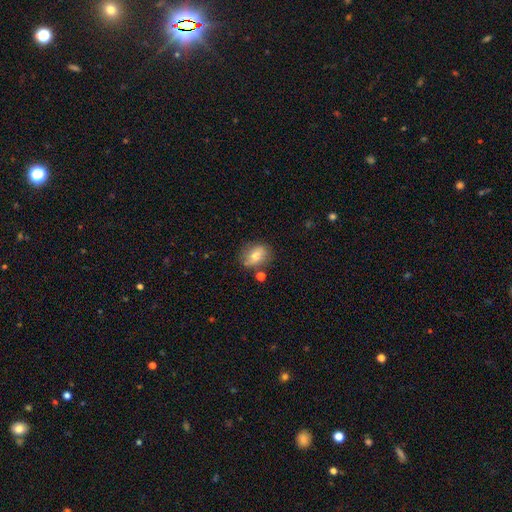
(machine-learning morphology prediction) Overall: smooth (69%). How rounded: in between (55%; round 43%). Merging: none (74%).